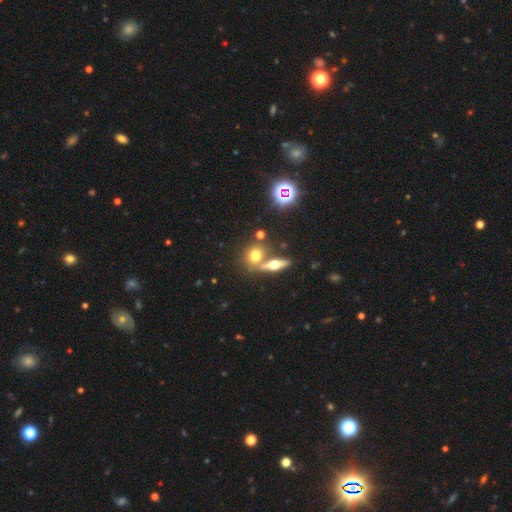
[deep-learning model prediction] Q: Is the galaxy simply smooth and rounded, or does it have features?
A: smooth — 58%.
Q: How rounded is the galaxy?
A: round — 55%.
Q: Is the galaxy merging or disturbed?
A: none — 55%.